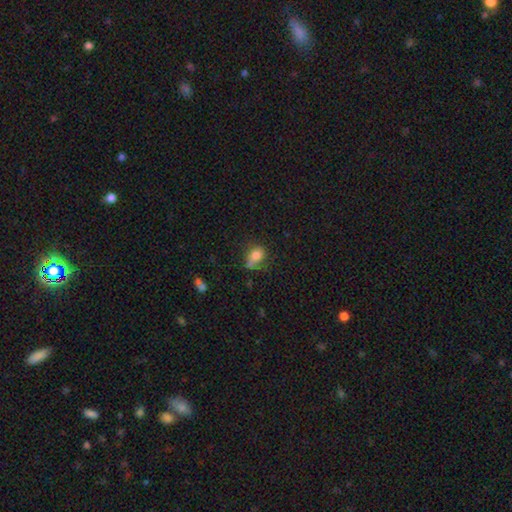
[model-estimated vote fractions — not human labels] Q: Smooth or featured?
A: smooth (74%); runner-up: featured or disk (15%)
Q: How rounded?
A: in between (66%); runner-up: round (31%)
Q: Merging?
A: none (39%); runner-up: minor disturbance (32%)